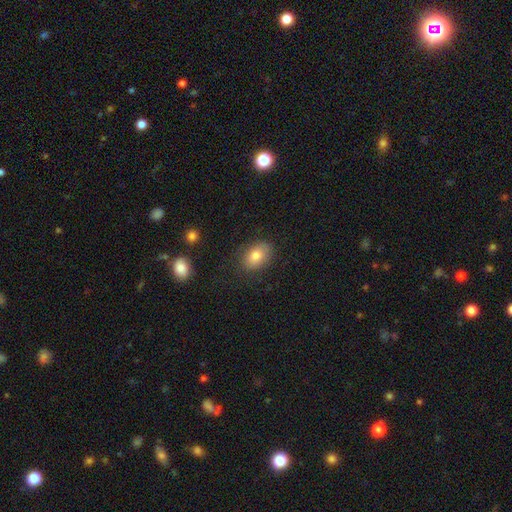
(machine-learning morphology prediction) Q: Smooth or featured?
A: smooth (78%); runner-up: featured or disk (13%)
Q: How rounded?
A: in between (83%); runner-up: round (15%)
Q: Merging?
A: none (82%); runner-up: minor disturbance (12%)